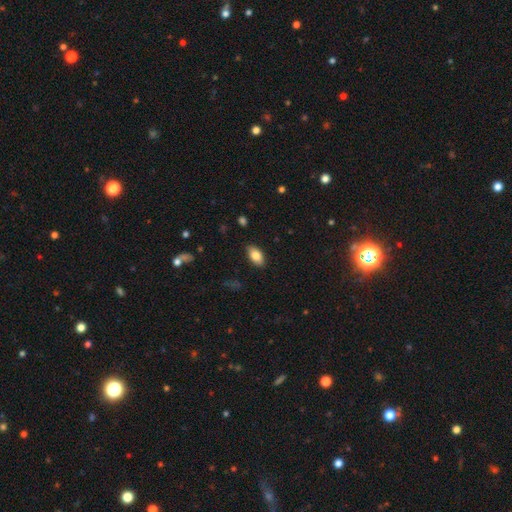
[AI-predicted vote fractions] A smooth galaxy with no disk features (82%) that is in between round and cigar-shaped (92%). Merging: none (87%).